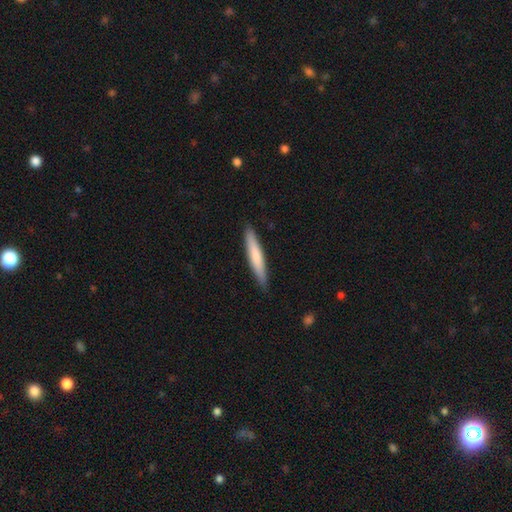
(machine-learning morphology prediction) The model was most divided on "smooth or featured": smooth: 71%, featured or disk: 24%, star or artifact: 5%. More confident: how rounded — cigar-shaped (94%); merging — none (89%).